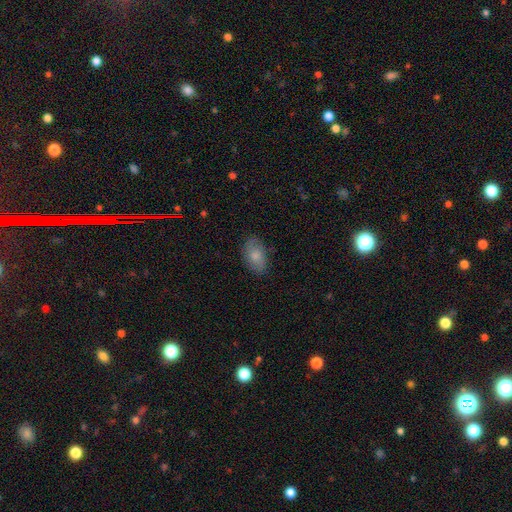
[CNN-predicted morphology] smooth 77%, featured or disk 16%, star or artifact 7%. Down the decision tree: how rounded — in between (92%); merging — none (81%).